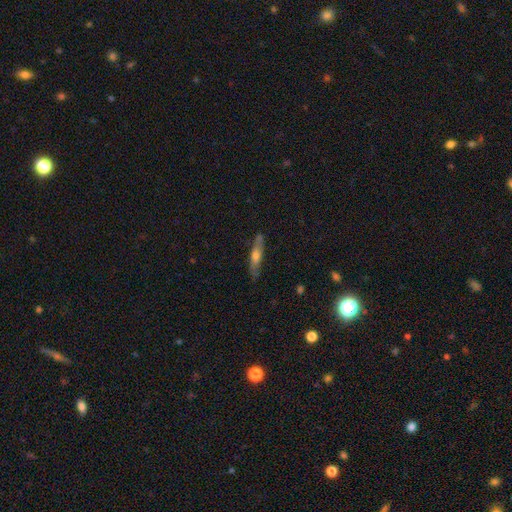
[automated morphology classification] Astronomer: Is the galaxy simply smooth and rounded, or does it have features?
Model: smooth — 49% (runner-up: featured or disk, 45%).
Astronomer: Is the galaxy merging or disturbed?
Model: none — 80%.